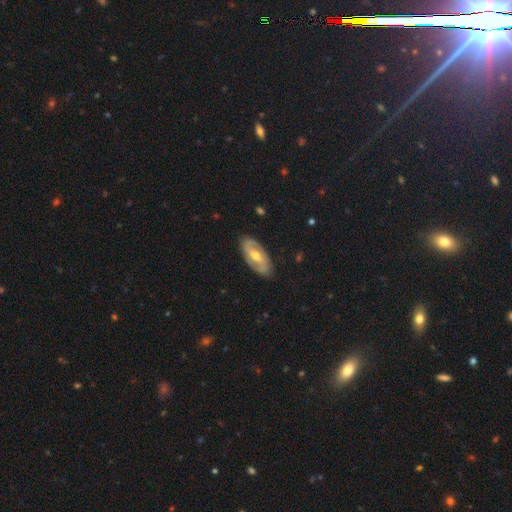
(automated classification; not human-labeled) The model was most divided on "bar": weak: 43%, no: 30%, strong: 27%. More confident: edge-on disk — no (90%); merging — none (85%); smooth or featured — featured or disk (72%); spiral arms — yes (71%); bulge size — moderate (68%).